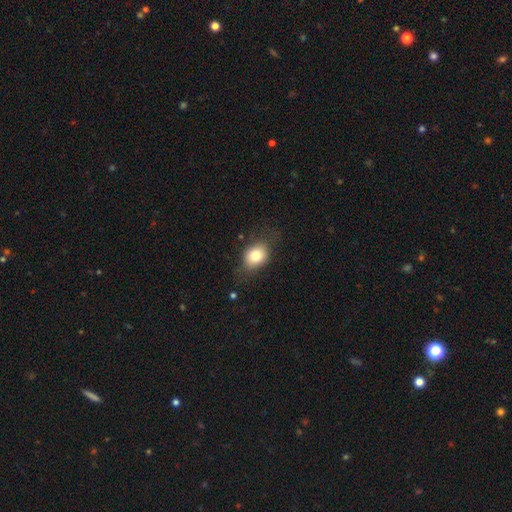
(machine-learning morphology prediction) smooth_or_featured: smooth (p=0.77) [alt: featured or disk p=0.14]
how_rounded: in between (p=0.61) [alt: round p=0.37]
merging: none (p=0.68) [alt: minor disturbance p=0.22]